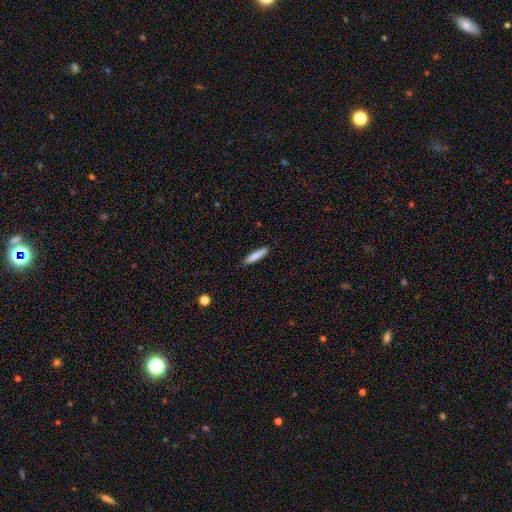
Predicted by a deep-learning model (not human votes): smooth_or_featured: smooth (p=0.80) [alt: featured or disk p=0.14]
how_rounded: cigar-shaped (p=0.88) [alt: in between p=0.11]
merging: none (p=0.88) [alt: minor disturbance p=0.09]